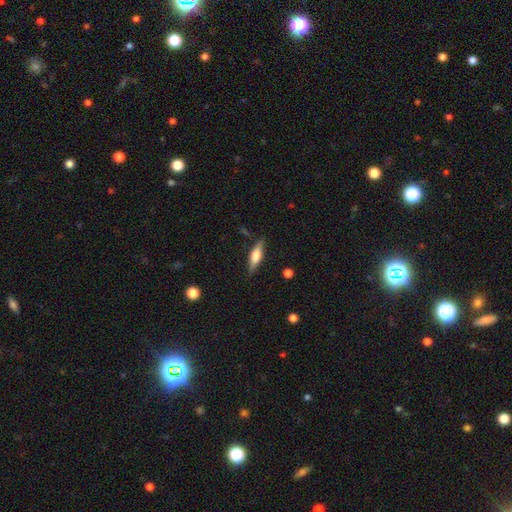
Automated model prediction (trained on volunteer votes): Smooth or featured? featured or disk (48%)
Merging? none (85%)